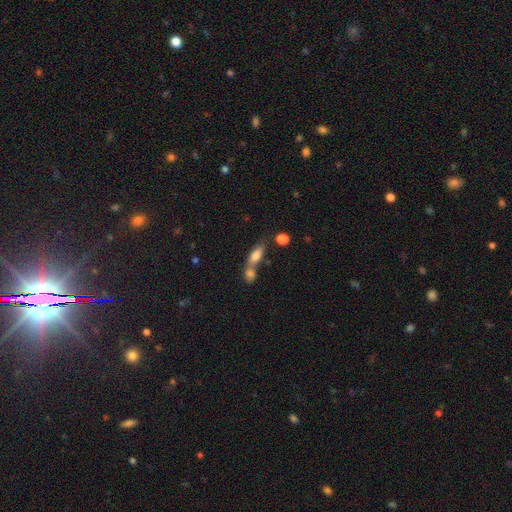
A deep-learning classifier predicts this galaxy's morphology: smooth-or-featured: smooth: 76% | featured or disk: 15% | star or artifact: 9%
  how-rounded: in between: 71% | cigar-shaped: 25% | round: 4%
  merging: merger: 55% | none: 31% | minor disturbance: 9% | major disturbance: 5%